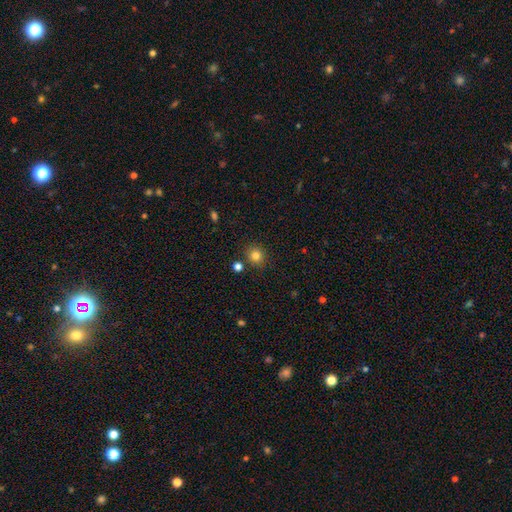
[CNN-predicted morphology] type=smooth (82%); roundness=round (87%); merging=none (84%).